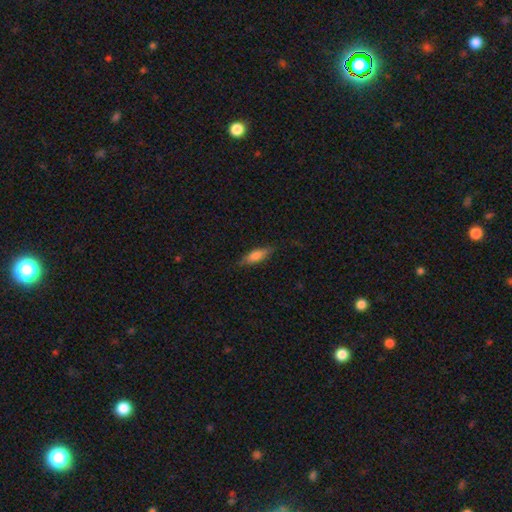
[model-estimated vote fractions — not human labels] smooth_or_featured: smooth (p=0.71) [alt: featured or disk p=0.22]
how_rounded: in between (p=0.51) [alt: cigar-shaped p=0.47]
merging: none (p=0.78) [alt: minor disturbance p=0.17]